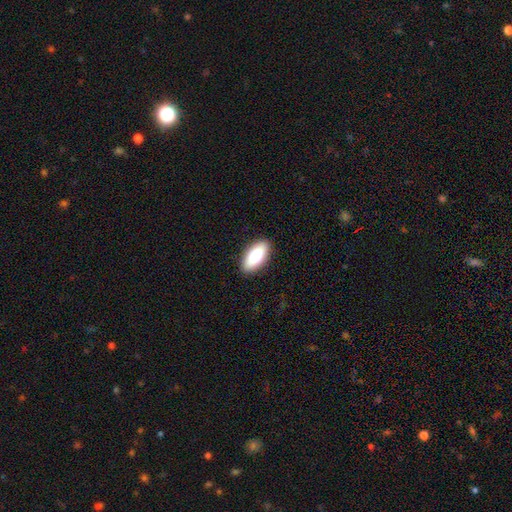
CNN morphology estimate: This is clearly a smooth galaxy (81%). How rounded: clearly in between (87%). Merging: clearly none (90%).